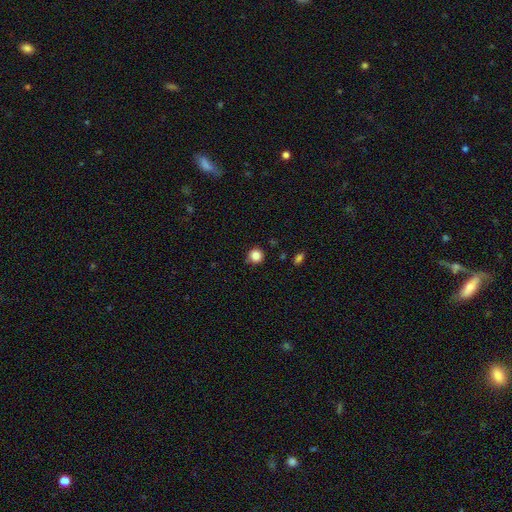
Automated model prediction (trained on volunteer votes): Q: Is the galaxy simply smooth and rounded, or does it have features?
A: smooth — 85%.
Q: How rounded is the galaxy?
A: round — 93%.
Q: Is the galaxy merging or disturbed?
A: none — 85%.